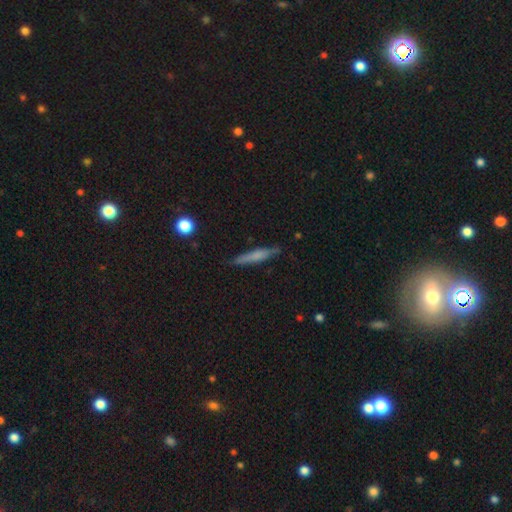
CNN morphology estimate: smooth_or_featured: smooth (p=0.54) [alt: featured or disk p=0.39]
how_rounded: cigar-shaped (p=0.91) [alt: in between p=0.07]
merging: none (p=0.82) [alt: minor disturbance p=0.13]